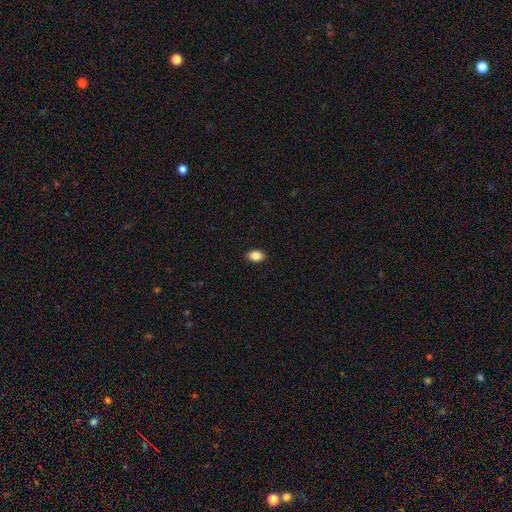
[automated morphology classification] smooth-or-featured: smooth: 87% | star or artifact: 9% | featured or disk: 5%
  how-rounded: in between: 81% | round: 17% | cigar-shaped: 1%
  merging: none: 89% | minor disturbance: 8% | major disturbance: 2% | merger: 1%